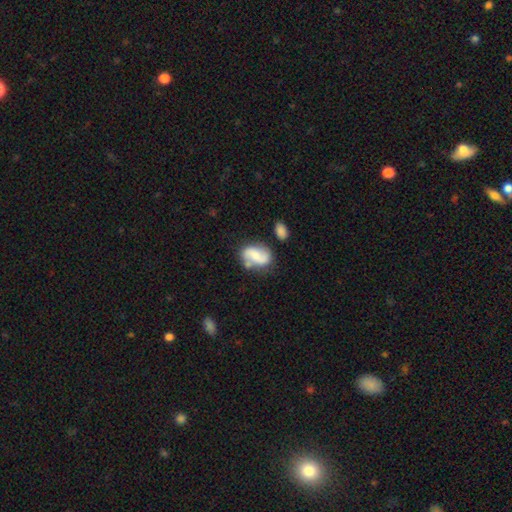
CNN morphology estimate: A featured or disk galaxy (52%) with no bar (51%), spiral arms (86%) and a small central bulge (41%). Merging: none (63%).